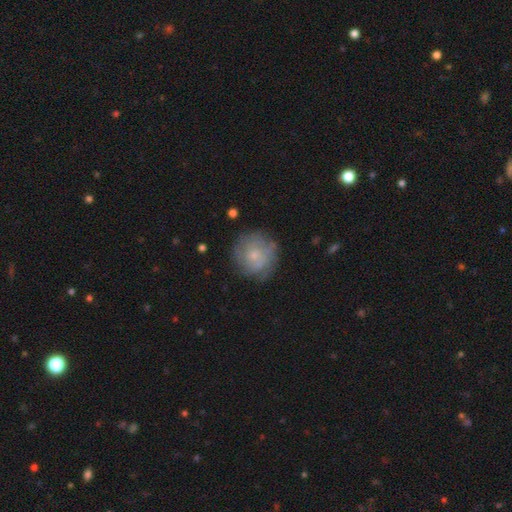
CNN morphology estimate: Smooth or featured: smooth — 48% (featured or disk — 44%)
Merging: none — 72% (minor disturbance — 18%)